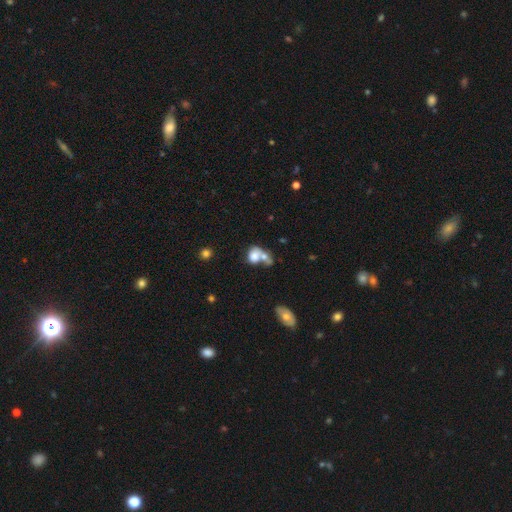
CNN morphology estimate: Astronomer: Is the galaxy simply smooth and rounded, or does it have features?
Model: smooth — 71%.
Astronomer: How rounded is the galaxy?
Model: in between — 57% (runner-up: round, 41%).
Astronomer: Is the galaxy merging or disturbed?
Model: merger — 62%.